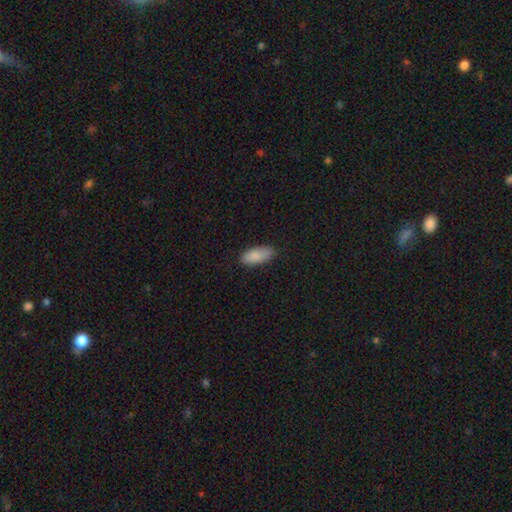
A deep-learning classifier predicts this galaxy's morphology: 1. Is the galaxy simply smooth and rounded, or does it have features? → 88% smooth, 6% featured or disk, 6% star or artifact.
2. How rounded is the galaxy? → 87% in between, 11% cigar-shaped, 2% round.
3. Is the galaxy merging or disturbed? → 82% none, 15% minor disturbance, 2% major disturbance, 1% merger.